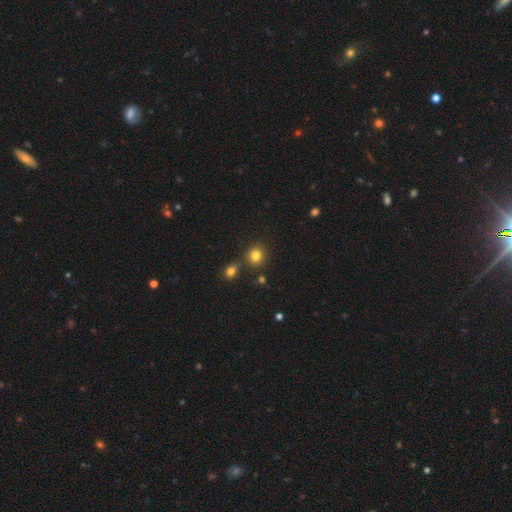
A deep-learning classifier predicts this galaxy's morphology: smooth-or-featured: smooth: 80% | star or artifact: 13% | featured or disk: 6%
  how-rounded: round: 84% | in between: 15% | cigar-shaped: 1%
  merging: none: 72% | merger: 15% | minor disturbance: 9% | major disturbance: 3%